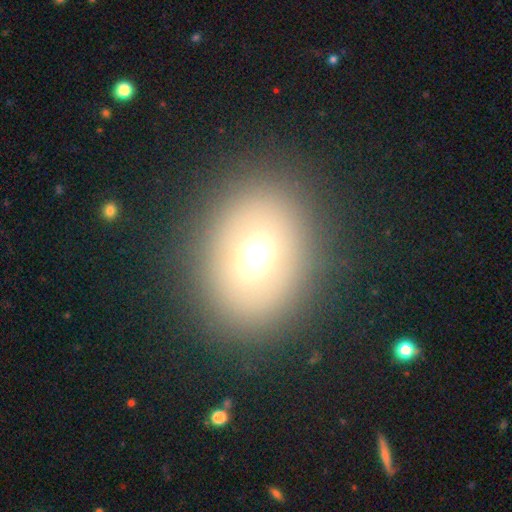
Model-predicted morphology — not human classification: Smooth or featured? Predicted: smooth (p=0.54). How rounded? Predicted: in between (p=0.55). Merging? Predicted: none (p=0.85).